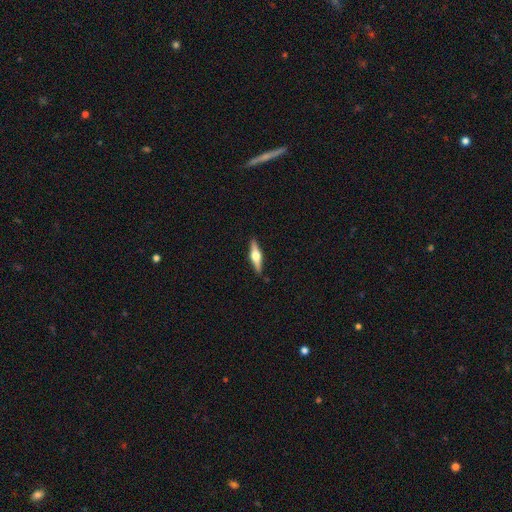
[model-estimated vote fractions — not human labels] Q: Smooth or featured?
A: featured or disk (70%); runner-up: smooth (24%)
Q: Edge-on disk?
A: yes (97%); runner-up: no (3%)
Q: Edge-on bulge?
A: rounded (94%); runner-up: boxy (4%)
Q: Merging?
A: none (90%); runner-up: minor disturbance (8%)